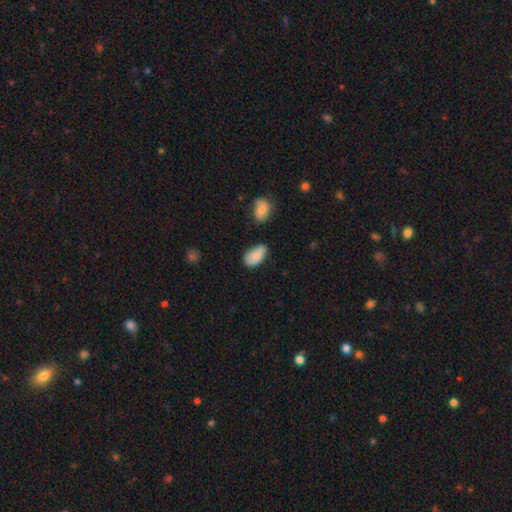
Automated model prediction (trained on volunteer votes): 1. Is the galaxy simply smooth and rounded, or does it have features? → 85% smooth, 8% featured or disk, 7% star or artifact.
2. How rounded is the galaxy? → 94% in between, 4% round, 2% cigar-shaped.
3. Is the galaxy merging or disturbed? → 60% none, 29% minor disturbance, 6% major disturbance, 5% merger.